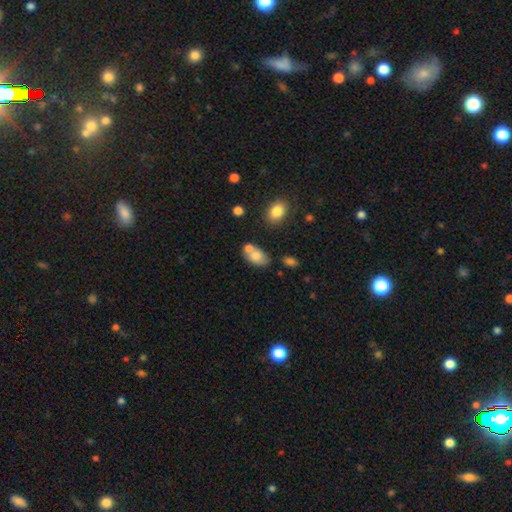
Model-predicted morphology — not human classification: smooth-or-featured: smooth: 74% | featured or disk: 17% | star or artifact: 9%
  how-rounded: in between: 85% | round: 13% | cigar-shaped: 2%
  merging: none: 39% (tied) | merger: 39% (tied) | minor disturbance: 16% | major disturbance: 6%